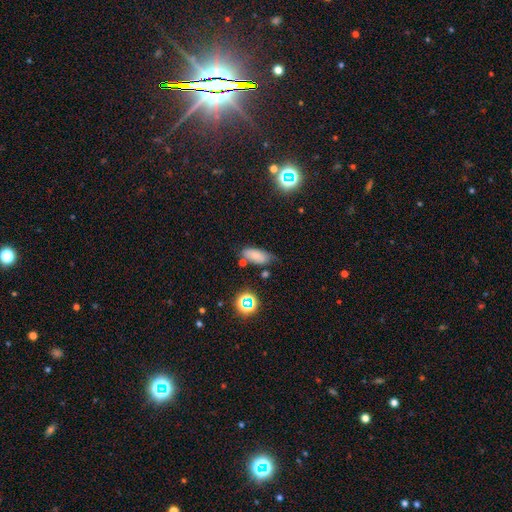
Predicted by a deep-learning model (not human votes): Smooth or featured: smooth — 75% (star or artifact — 14%)
How rounded: in between — 83% (cigar-shaped — 13%)
Merging: none — 64% (minor disturbance — 24%)